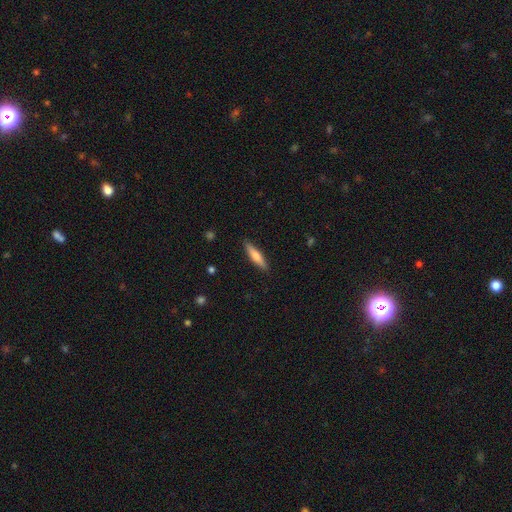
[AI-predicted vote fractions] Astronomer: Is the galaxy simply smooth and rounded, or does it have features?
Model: smooth — 67%.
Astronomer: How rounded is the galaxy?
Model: cigar-shaped — 80%.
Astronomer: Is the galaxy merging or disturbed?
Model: none — 89%.